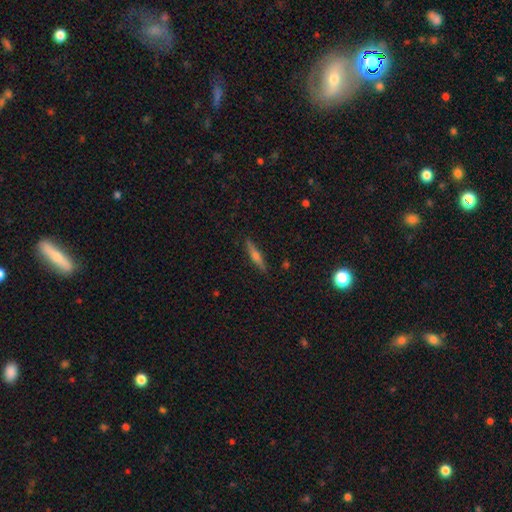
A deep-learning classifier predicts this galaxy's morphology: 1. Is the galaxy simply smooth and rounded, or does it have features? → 58% featured or disk, 34% smooth, 8% star or artifact.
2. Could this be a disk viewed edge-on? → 97% yes, 3% no.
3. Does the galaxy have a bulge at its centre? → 83% rounded, 11% none, 6% boxy.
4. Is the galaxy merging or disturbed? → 90% none, 7% minor disturbance, 2% major disturbance, 1% merger.